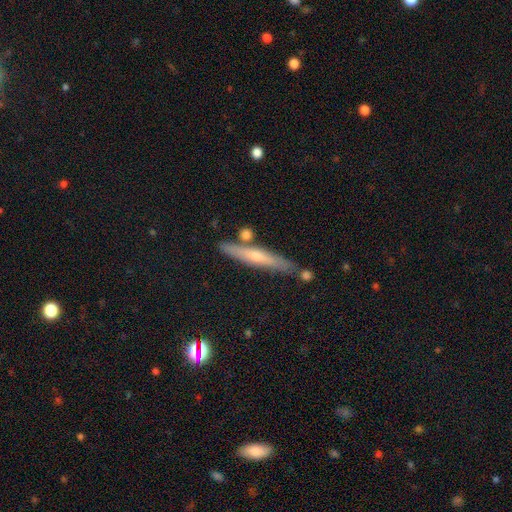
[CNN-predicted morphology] Q: Smooth or featured?
A: featured or disk (52%); runner-up: smooth (41%)
Q: Edge-on disk?
A: yes (92%); runner-up: no (8%)
Q: Merging?
A: none (80%); runner-up: minor disturbance (11%)